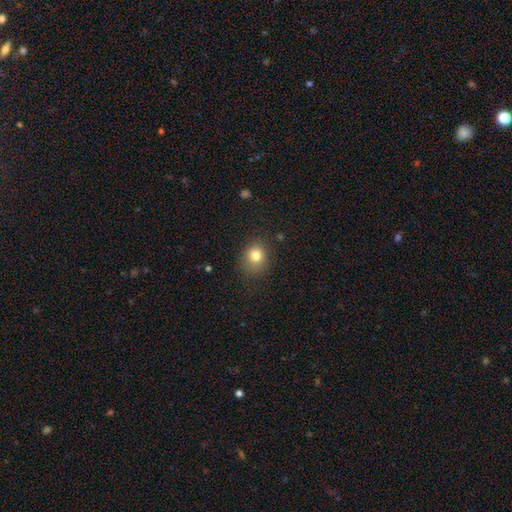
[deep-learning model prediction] Smooth or featured: smooth — 80% (star or artifact — 12%)
How rounded: round — 71% (in between — 28%)
Merging: none — 78% (minor disturbance — 15%)